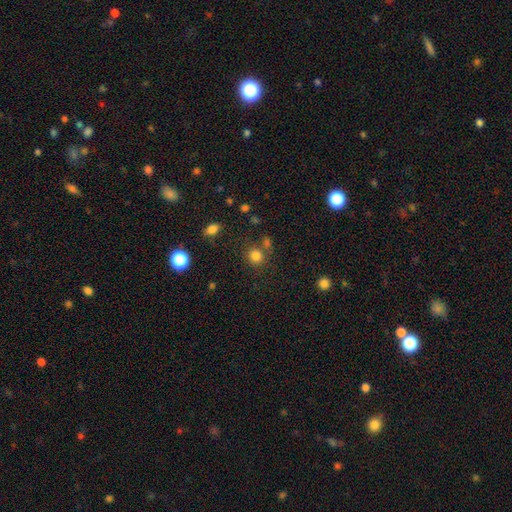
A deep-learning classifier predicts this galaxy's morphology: Smooth or featured?
  - smooth: 80% *
  - star or artifact: 15%
  - featured or disk: 6%
How rounded?
  - round: 85% *
  - in between: 14%
  - cigar-shaped: 1%
Merging?
  - none: 71% *
  - merger: 14%
  - minor disturbance: 10%
  - major disturbance: 5%